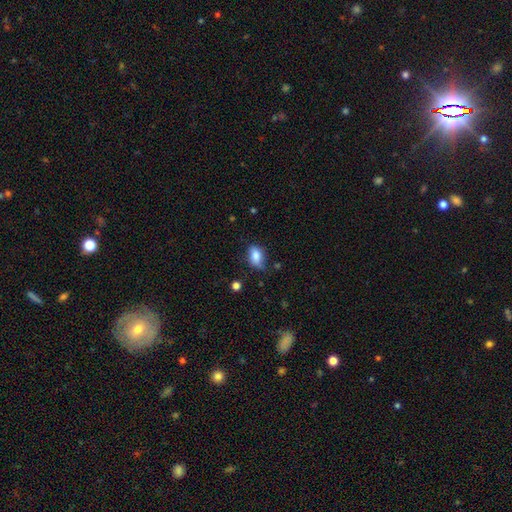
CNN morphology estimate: A smooth galaxy with no disk features (82%) that is in between round and cigar-shaped (85%). Merging: none (55%).